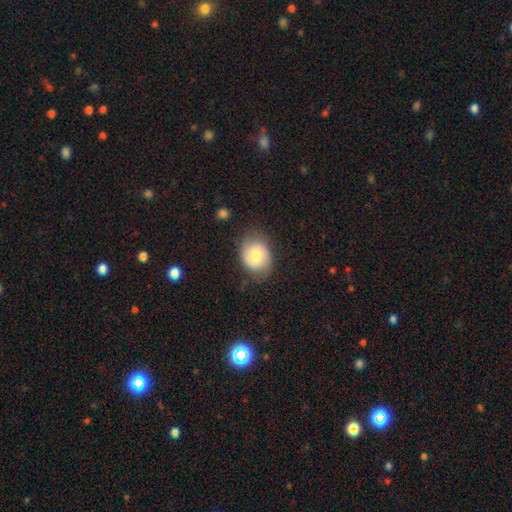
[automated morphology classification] Smooth or featured? smooth (67%)
How rounded? round (55%)
Merging? none (72%)